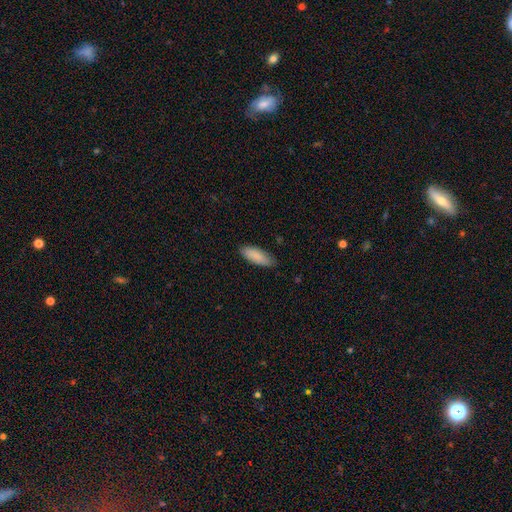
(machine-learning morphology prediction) Overall: smooth (88%). How rounded: in between (70%). Merging: none (82%).